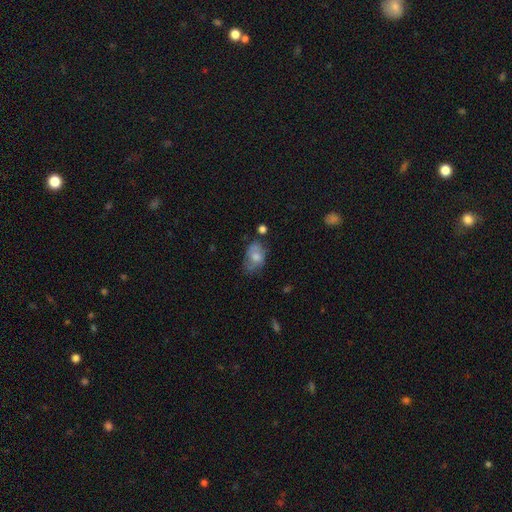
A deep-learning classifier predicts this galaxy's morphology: This appears to be a smooth galaxy with no disk features (65%) that is in between round and cigar-shaped (83%). Merging: none (44%).